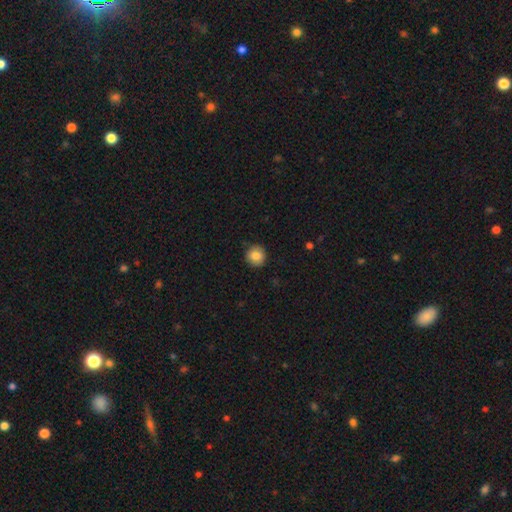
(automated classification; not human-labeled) smooth 84%, star or artifact 9%, featured or disk 7%. Down the decision tree: how rounded — round (94%); merging — none (90%).